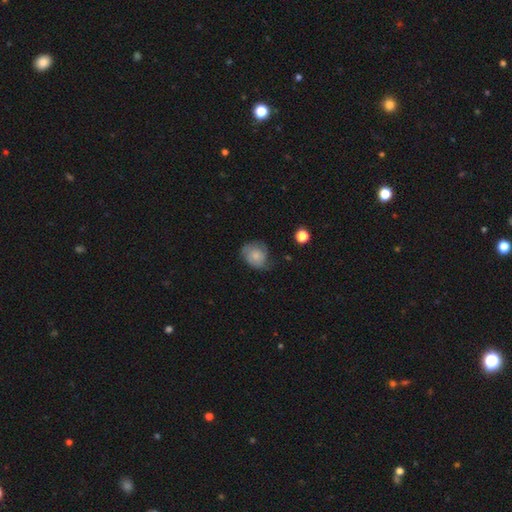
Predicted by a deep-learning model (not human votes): Smooth or featured: smooth — 59% (featured or disk — 33%)
How rounded: round — 67% (in between — 32%)
Merging: none — 52% (minor disturbance — 34%)